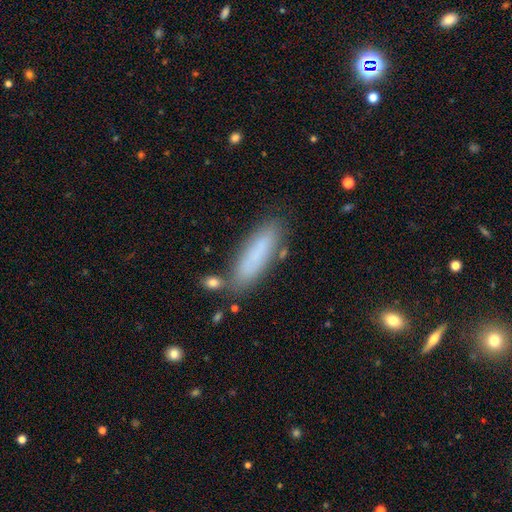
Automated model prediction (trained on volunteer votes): Smooth or featured?
  - smooth: 80% *
  - featured or disk: 12%
  - star or artifact: 8%
How rounded?
  - cigar-shaped: 58% *
  - in between: 40%
  - round: 2%
Merging?
  - none: 76% *
  - minor disturbance: 14%
  - merger: 6%
  - major disturbance: 4%